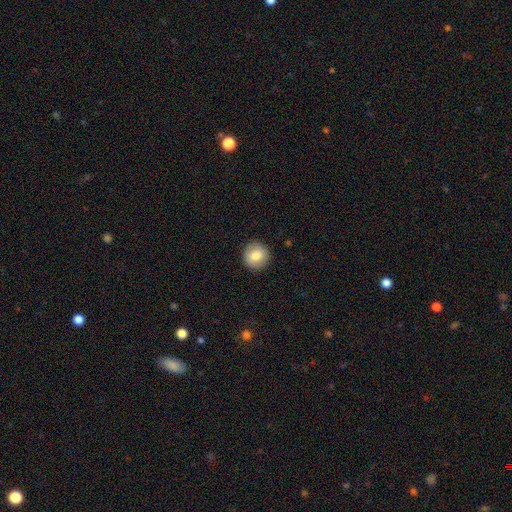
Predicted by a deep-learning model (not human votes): smooth-or-featured: smooth: 80% | featured or disk: 12% | star or artifact: 8%
  how-rounded: round: 94% | in between: 5% | cigar-shaped: 1%
  merging: none: 91% | minor disturbance: 6% | major disturbance: 2% | merger: 1%